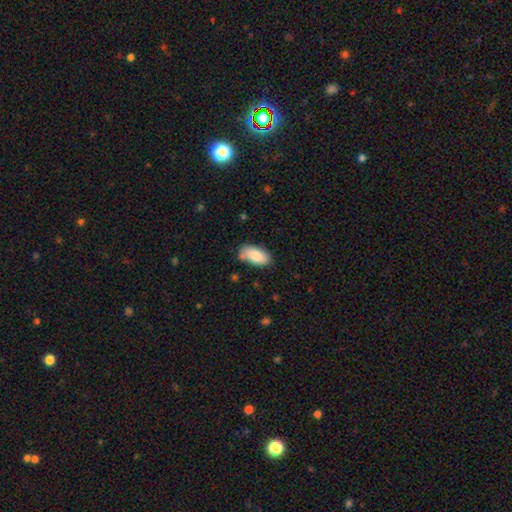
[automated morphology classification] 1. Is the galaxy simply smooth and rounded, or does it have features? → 80% smooth, 13% featured or disk, 7% star or artifact.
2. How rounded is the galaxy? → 93% in between, 4% cigar-shaped, 3% round.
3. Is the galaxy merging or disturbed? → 72% none, 20% minor disturbance, 4% merger, 4% major disturbance.